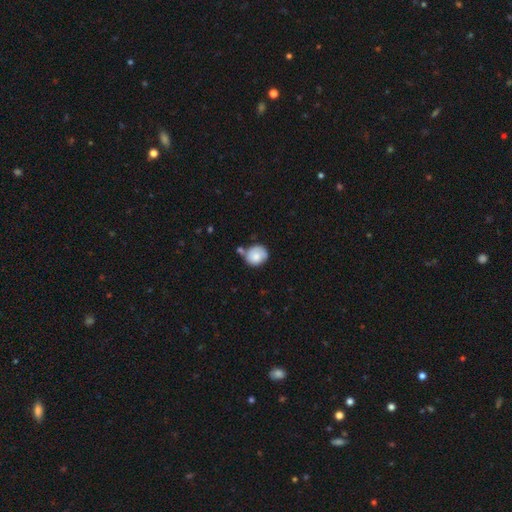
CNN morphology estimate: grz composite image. It shows a smooth galaxy with no disk features (75%) that is round (77%). Merging: none (54%).